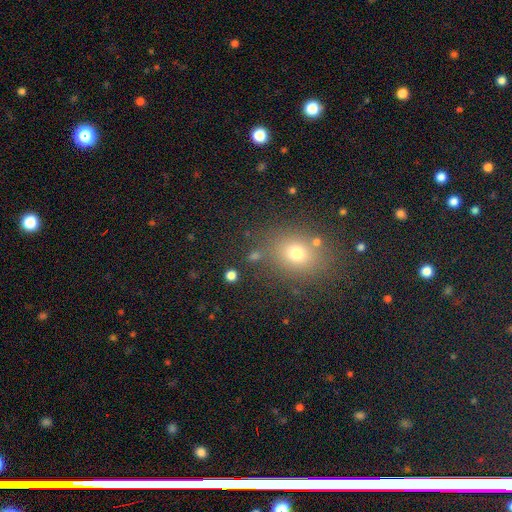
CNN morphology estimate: smooth-or-featured: smooth: 67% | star or artifact: 23% | featured or disk: 10%
  how-rounded: round: 54% | in between: 44% | cigar-shaped: 2%
  merging: none: 80% | minor disturbance: 10% | merger: 6% | major disturbance: 4%